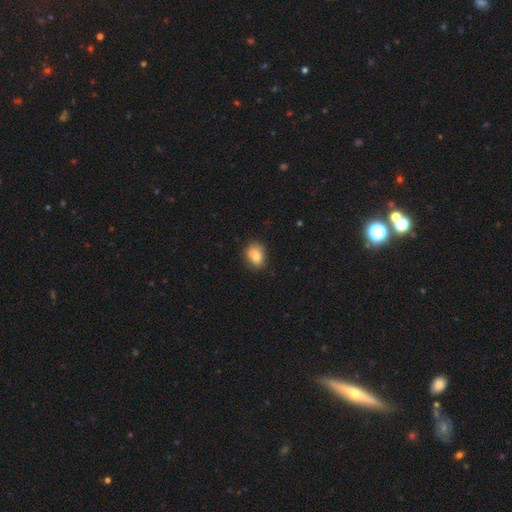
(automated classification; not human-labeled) Overall: smooth (82%). How rounded: in between (57%; round 42%). Merging: none (73%).